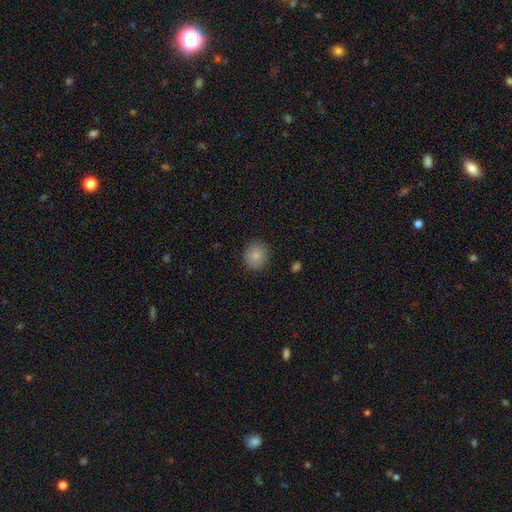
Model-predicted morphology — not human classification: The model was most divided on "how rounded": round: 82%, in between: 17%, cigar-shaped: 1%. More confident: merging — none (88%); smooth or featured — smooth (83%).